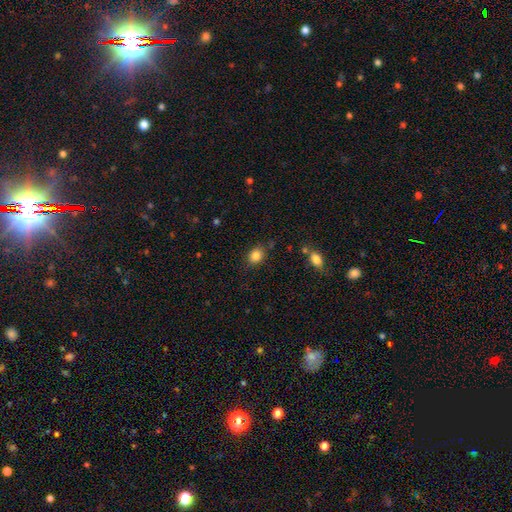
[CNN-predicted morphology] smooth-or-featured: smooth: 85% | star or artifact: 10% | featured or disk: 5%
  how-rounded: in between: 55% | round: 44% | cigar-shaped: 1%
  merging: none: 79% | minor disturbance: 15% | major disturbance: 4% | merger: 2%